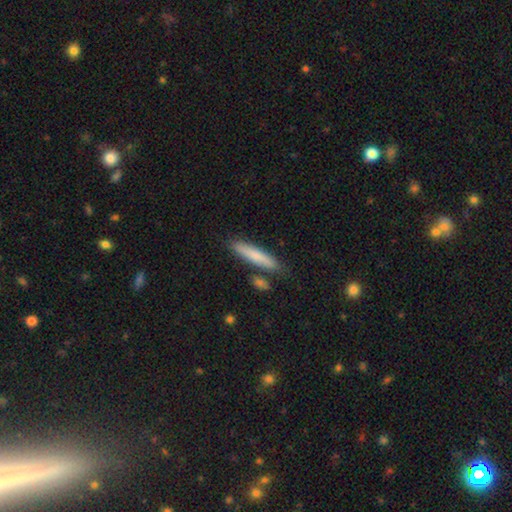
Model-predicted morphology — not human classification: Smooth or featured? Predicted: smooth (p=0.76). How rounded? Predicted: cigar-shaped (p=0.89). Merging? Predicted: none (p=0.80).